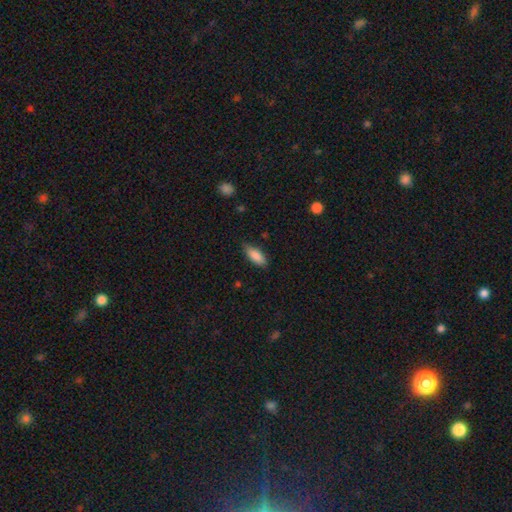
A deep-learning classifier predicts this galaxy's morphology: Smooth or featured? smooth (87%)
How rounded? in between (76%)
Merging? none (79%)